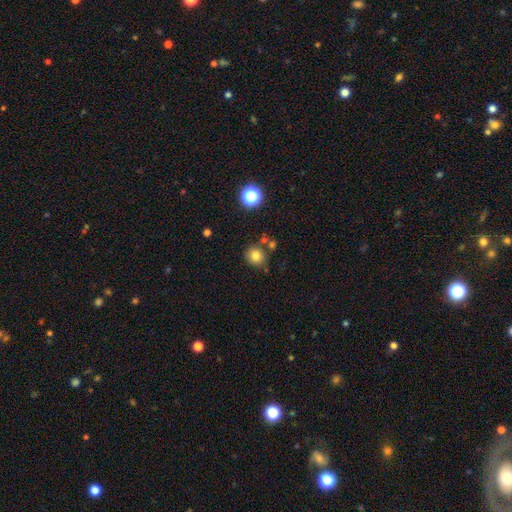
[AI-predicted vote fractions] This is likely a smooth galaxy (79%). How rounded: clearly round (87%). Merging: likely none (75%).